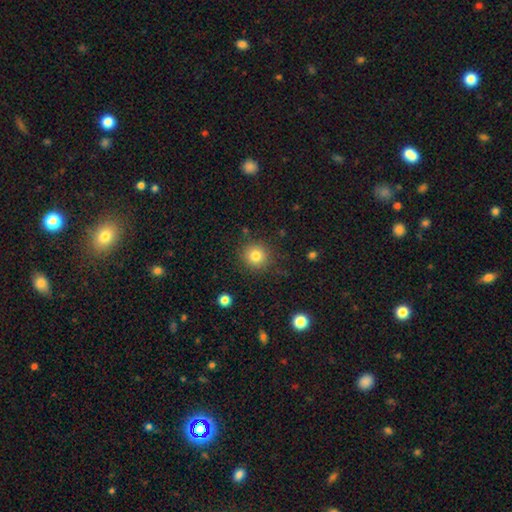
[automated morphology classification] Overall: smooth (81%). How rounded: round (92%). Merging: none (87%).